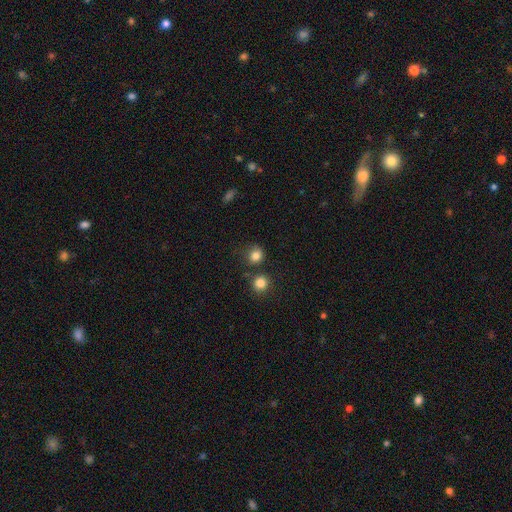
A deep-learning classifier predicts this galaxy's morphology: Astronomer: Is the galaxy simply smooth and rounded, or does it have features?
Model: smooth — 83%.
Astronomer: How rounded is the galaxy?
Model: round — 84%.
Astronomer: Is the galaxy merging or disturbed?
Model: none — 73%.